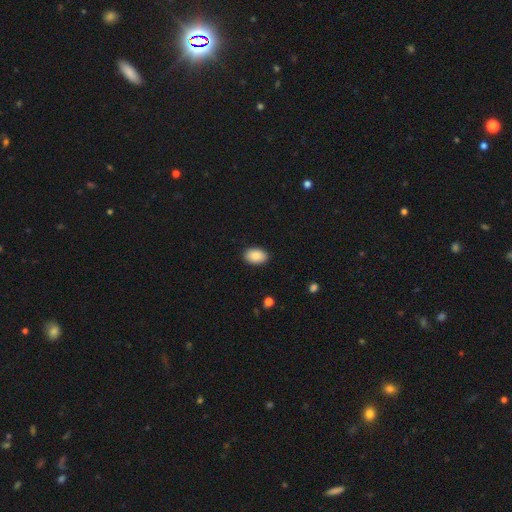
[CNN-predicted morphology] Q: Smooth or featured?
A: smooth (89%); runner-up: star or artifact (7%)
Q: How rounded?
A: in between (90%); runner-up: round (8%)
Q: Merging?
A: none (89%); runner-up: minor disturbance (8%)